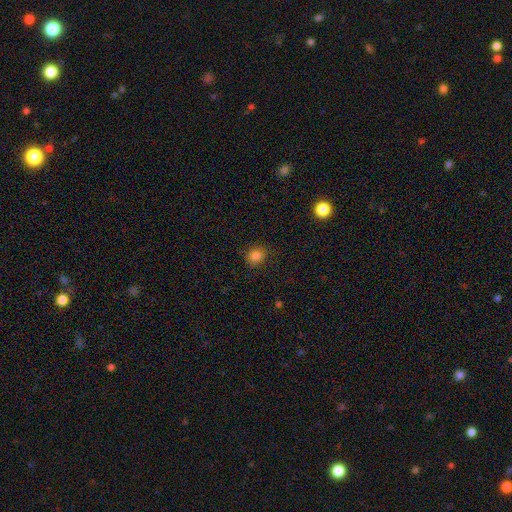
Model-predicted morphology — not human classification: Smooth or featured?
  - smooth: 82% *
  - star or artifact: 13%
  - featured or disk: 5%
How rounded?
  - round: 79% *
  - in between: 20%
  - cigar-shaped: 1%
Merging?
  - none: 82% *
  - minor disturbance: 13%
  - major disturbance: 4%
  - merger: 1%